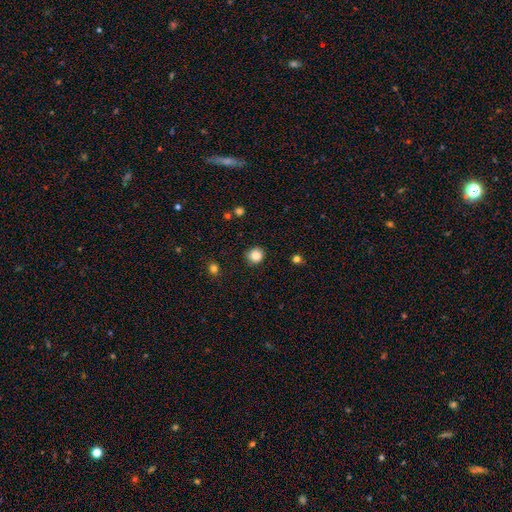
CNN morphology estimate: This appears to be a smooth galaxy with no disk features (86%) that is round (91%). Merging: none (89%).